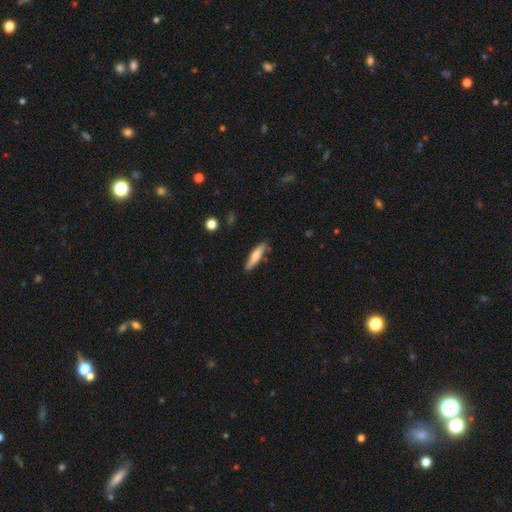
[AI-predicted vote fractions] The model was most divided on "smooth or featured": smooth: 71%, featured or disk: 23%, star or artifact: 6%. More confident: merging — none (78%); how rounded — cigar-shaped (77%).